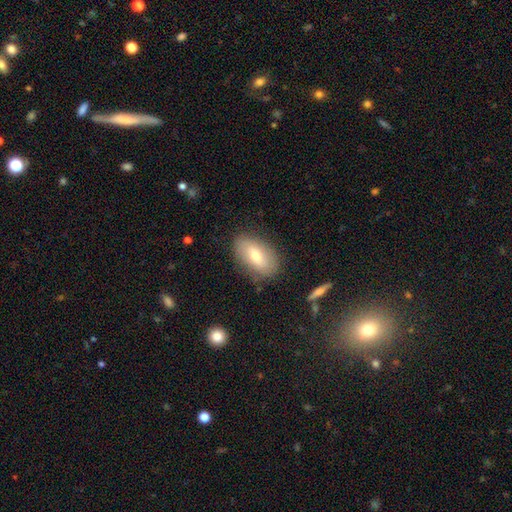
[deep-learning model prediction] Smooth or featured: smooth — 64% (featured or disk — 28%)
How rounded: in between — 90% (round — 6%)
Merging: none — 82% (minor disturbance — 13%)